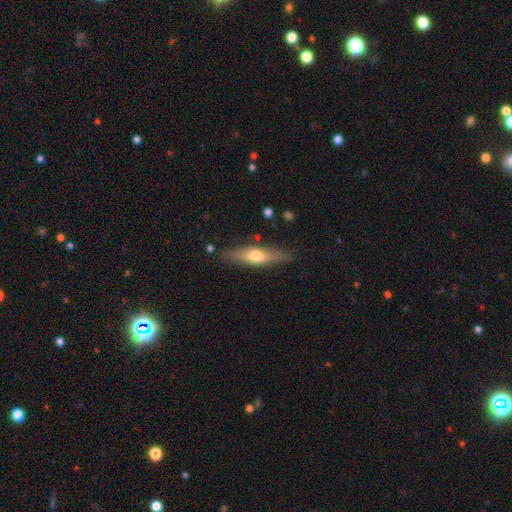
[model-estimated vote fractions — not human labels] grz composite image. It shows a smooth galaxy with no disk features (51%) that is cigar-shaped (68%). Merging: none (82%).